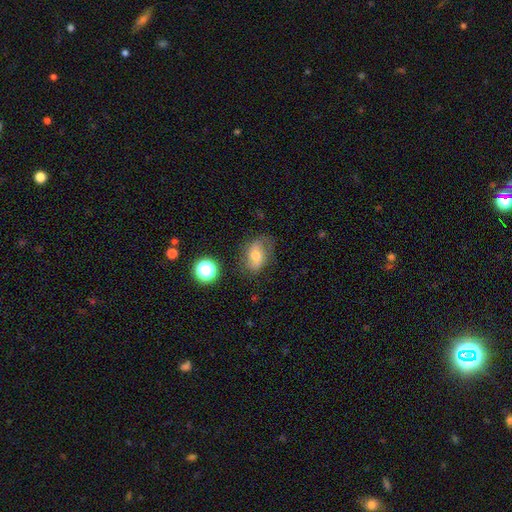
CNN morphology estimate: type=smooth (51%); roundness=in between (74%); merging=none (59%).